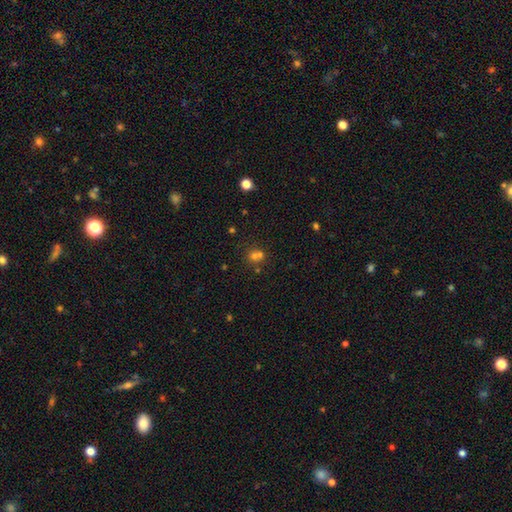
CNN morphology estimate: type=smooth (64%); roundness=round (85%); merging=none (49%).